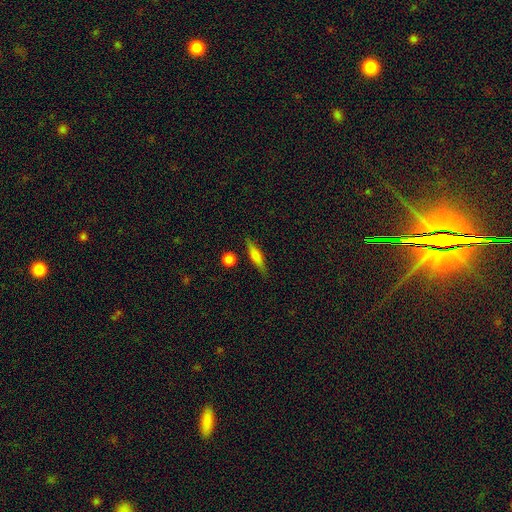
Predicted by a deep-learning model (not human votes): smooth_or_featured: smooth (p=0.58) [alt: featured or disk p=0.35]
how_rounded: cigar-shaped (p=0.80) [alt: in between p=0.17]
merging: none (p=0.83) [alt: minor disturbance p=0.11]